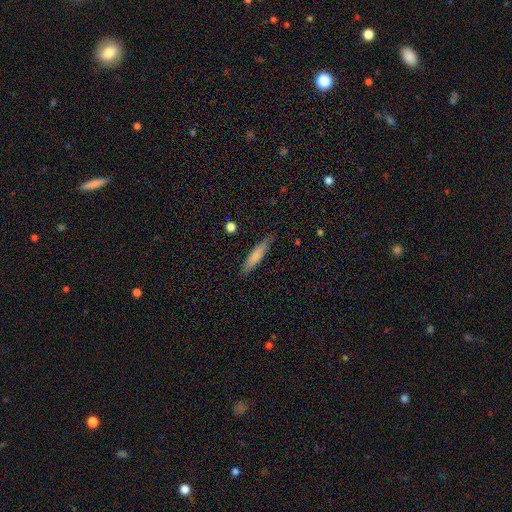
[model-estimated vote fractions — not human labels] This is likely a smooth galaxy (76%). How rounded: clearly cigar-shaped (82%). Merging: clearly none (81%).